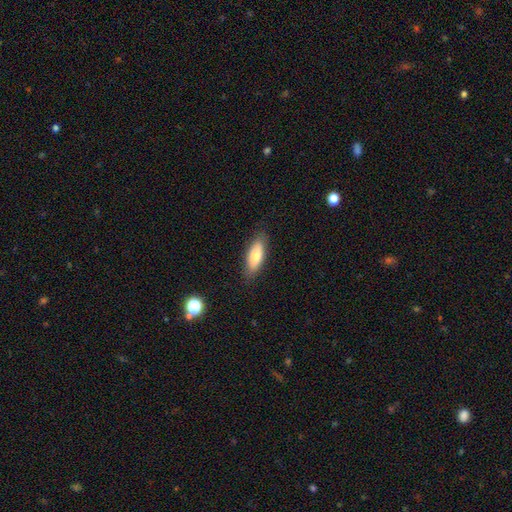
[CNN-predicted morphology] smooth_or_featured: smooth (p=0.74) [alt: featured or disk p=0.20]
how_rounded: in between (p=0.73) [alt: cigar-shaped p=0.25]
merging: none (p=0.84) [alt: minor disturbance p=0.12]